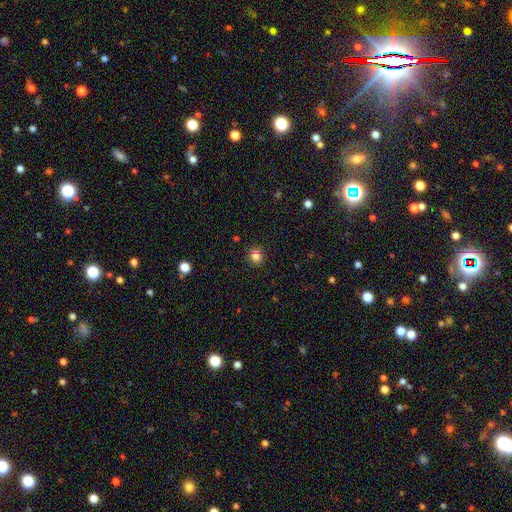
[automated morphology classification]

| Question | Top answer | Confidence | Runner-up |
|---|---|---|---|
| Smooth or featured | smooth | 83% | star or artifact (12%) |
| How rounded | round | 88% | in between (11%) |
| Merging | none | 90% | minor disturbance (7%) |